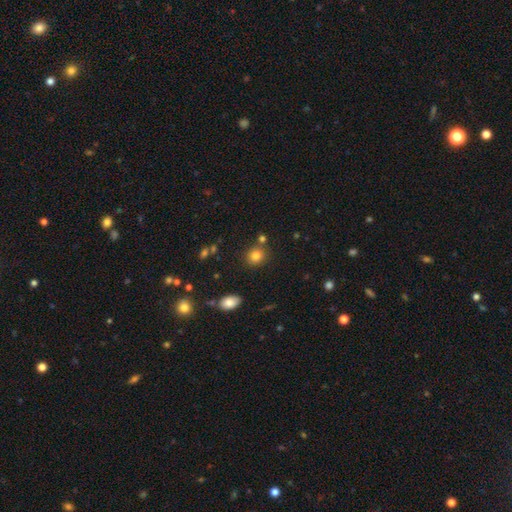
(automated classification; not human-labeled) Overall: smooth (82%). How rounded: round (79%). Merging: none (78%).